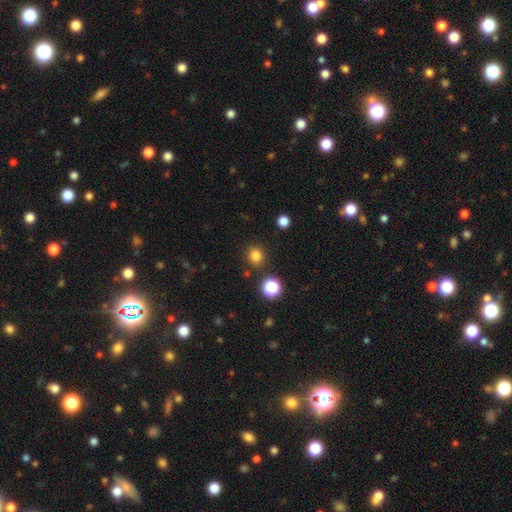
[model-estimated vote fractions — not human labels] A smooth galaxy with no disk features (81%) that is round (87%).

Vote fractions:
- Smooth or featured? smooth: 81% / star or artifact: 15% / featured or disk: 4%
- How rounded? round: 87% / in between: 12% / cigar-shaped: 1%
- Merging? none: 87% / minor disturbance: 7% / merger: 3% / major disturbance: 3%